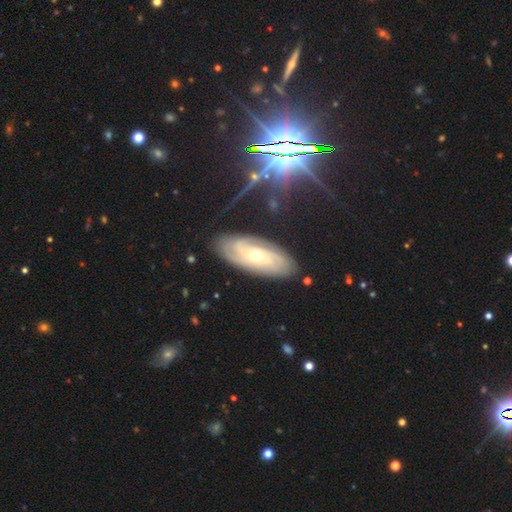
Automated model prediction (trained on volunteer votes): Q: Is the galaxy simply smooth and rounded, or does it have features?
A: featured or disk — 77%.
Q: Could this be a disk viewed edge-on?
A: no — 89%.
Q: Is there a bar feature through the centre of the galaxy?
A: no — 69%.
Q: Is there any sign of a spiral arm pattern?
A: yes — 91%.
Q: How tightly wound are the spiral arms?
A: tight — 70%.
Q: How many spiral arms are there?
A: can't tell — 48%.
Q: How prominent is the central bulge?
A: moderate — 55%.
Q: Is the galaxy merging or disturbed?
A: none — 82%.